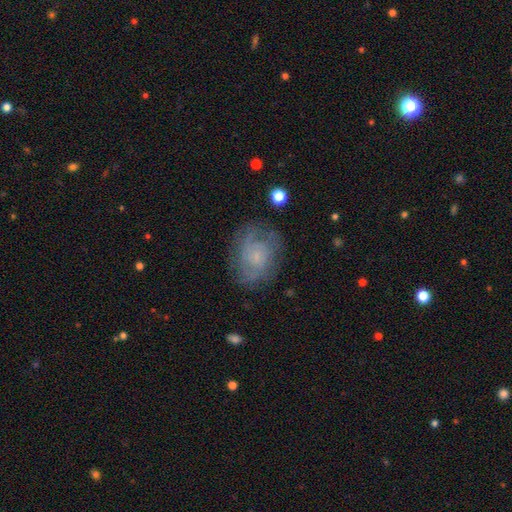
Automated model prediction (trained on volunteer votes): smooth-or-featured: featured or disk: 66% | smooth: 25% | star or artifact: 10%
  disk-edge-on: no: 98% | yes: 2%
    bar: no: 77% | weak: 21% | strong: 3%
    has-spiral-arms: yes: 86% | no: 14%
      spiral-winding: tight: 48% | medium: 38% | loose: 14%
      spiral-arm-count: can't tell: 41% | 2: 29% | 3: 14% | 4: 6% | 1: 6% | more than 4: 5%
    bulge-size: small: 67% | none: 17% | moderate: 14% | large: 2% | dominant: 1%
  merging: none: 70% | minor disturbance: 18% | major disturbance: 10% | merger: 1%